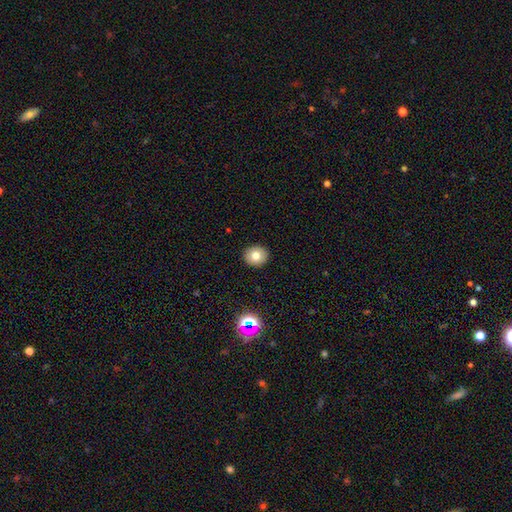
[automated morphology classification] A smooth galaxy with no disk features (77%) that is round (80%). Merging: none (92%).